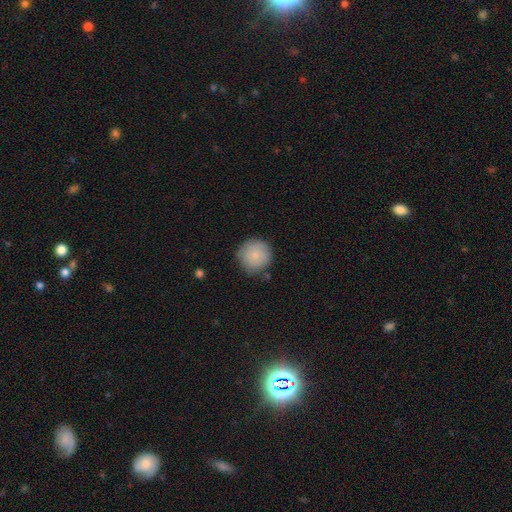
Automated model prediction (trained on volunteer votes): Morphology: type=smooth (84%); roundness=round (95%); merging=none (83%).